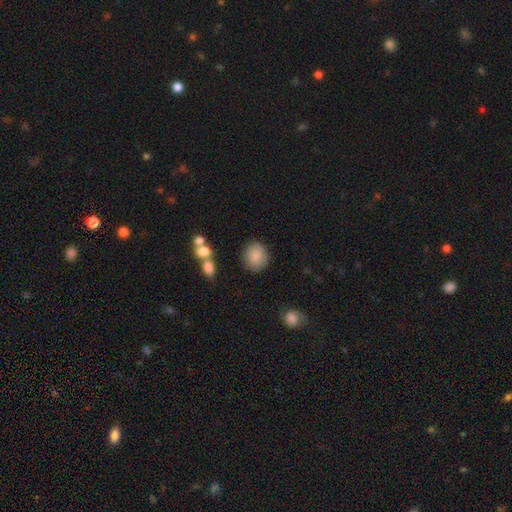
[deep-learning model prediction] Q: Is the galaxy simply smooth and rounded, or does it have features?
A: smooth — 86%.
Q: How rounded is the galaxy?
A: round — 79%.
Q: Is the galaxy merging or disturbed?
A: none — 82%.